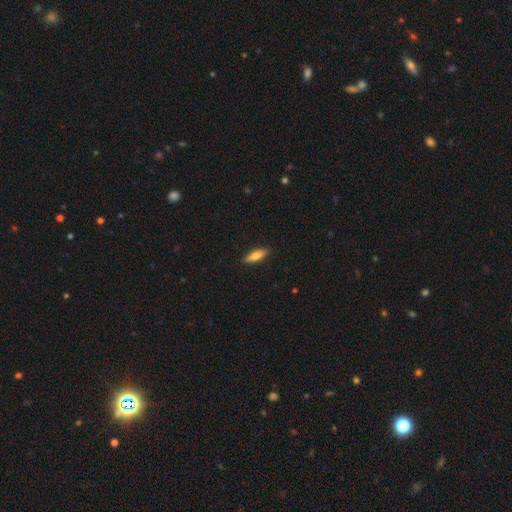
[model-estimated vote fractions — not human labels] smooth_or_featured: smooth (p=0.75) [alt: featured or disk p=0.19]
how_rounded: cigar-shaped (p=0.53) [alt: in between p=0.45]
merging: none (p=0.89) [alt: minor disturbance p=0.08]